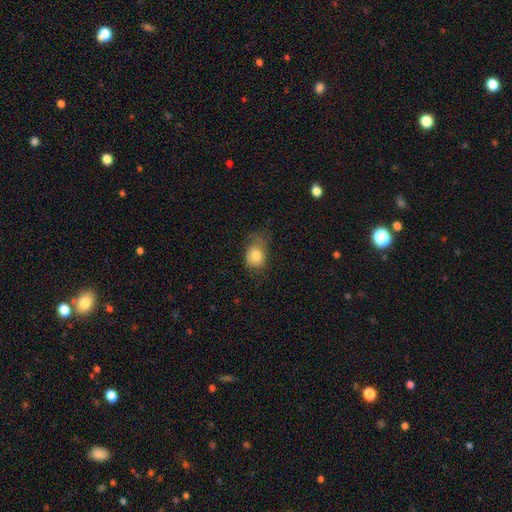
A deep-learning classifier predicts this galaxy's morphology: smooth_or_featured: smooth (p=0.79) [alt: featured or disk p=0.13]
how_rounded: in between (p=0.68) [alt: round p=0.31]
merging: none (p=0.41) [alt: minor disturbance p=0.36]